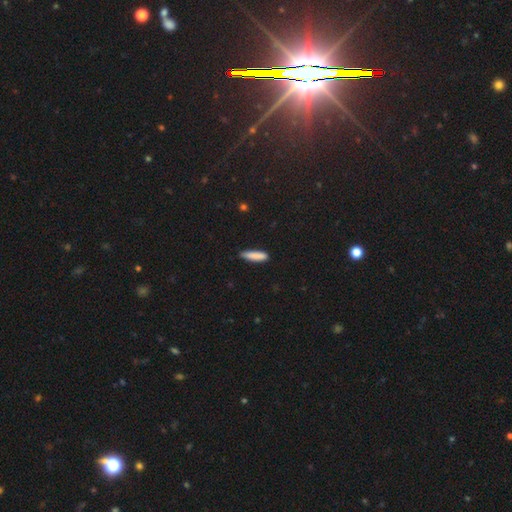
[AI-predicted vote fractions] smooth 87%, featured or disk 7%, star or artifact 6%. Down the decision tree: how rounded — cigar-shaped (78%); merging — none (83%).